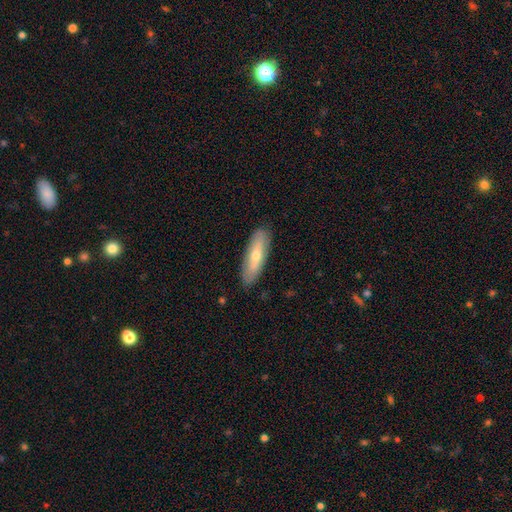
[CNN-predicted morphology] type=smooth (55%); roundness=cigar-shaped (54%); merging=none (87%).